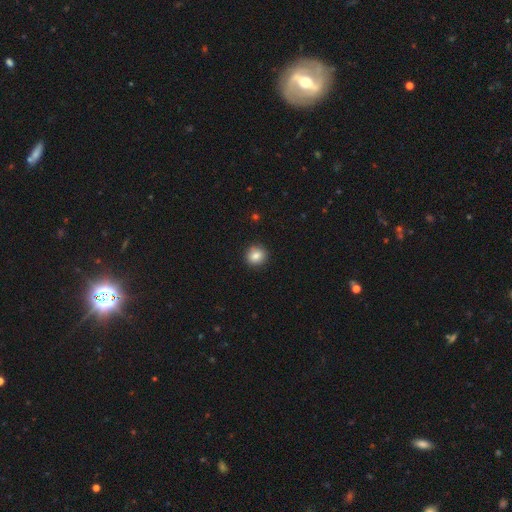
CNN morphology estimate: Smooth or featured? smooth (84%)
How rounded? round (88%)
Merging? none (90%)